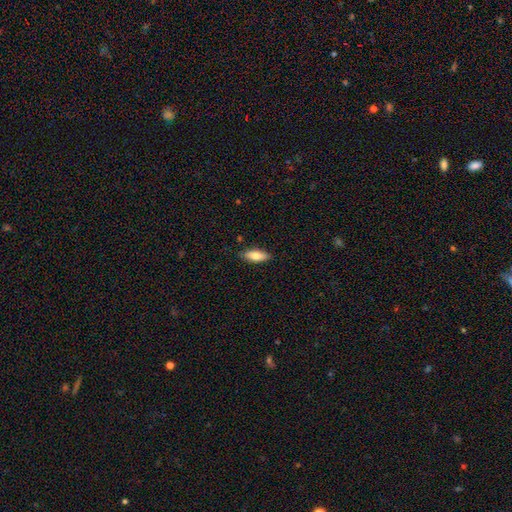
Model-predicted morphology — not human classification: A smooth galaxy with no disk features (77%) that is in between round and cigar-shaped (67%). Merging: none (85%).